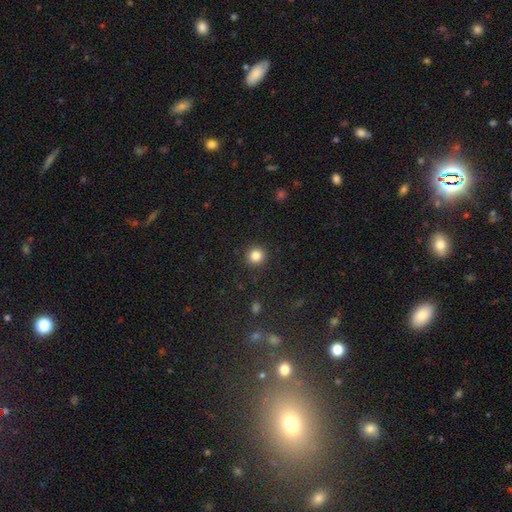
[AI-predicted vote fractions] smooth 84%, star or artifact 11%, featured or disk 5%. Down the decision tree: how rounded — round (94%); merging — none (92%).